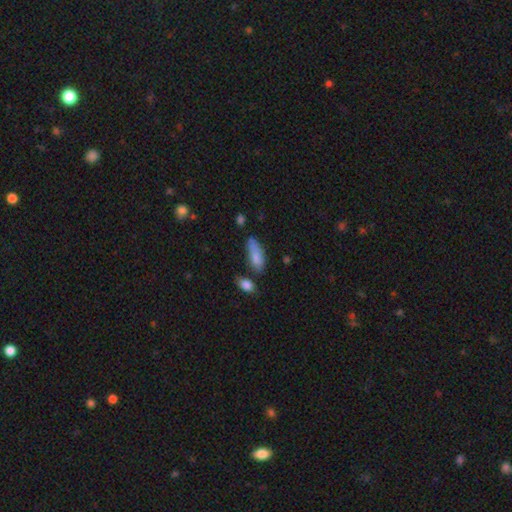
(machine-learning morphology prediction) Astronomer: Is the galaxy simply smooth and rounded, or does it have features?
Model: smooth — 80%.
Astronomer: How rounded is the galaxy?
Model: in between — 77%.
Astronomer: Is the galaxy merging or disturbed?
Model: none — 48% (runner-up: minor disturbance, 32%).